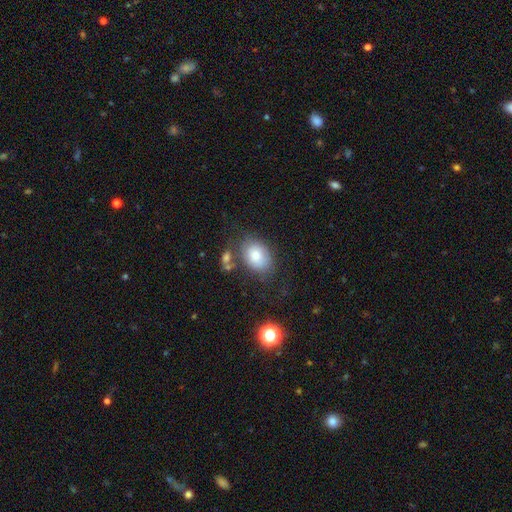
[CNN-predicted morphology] smooth 75%, featured or disk 16%, star or artifact 8%. Down the decision tree: how rounded — in between (73%); merging — none (65%).